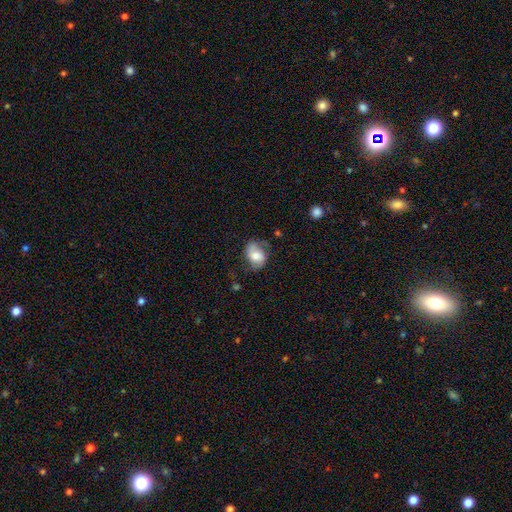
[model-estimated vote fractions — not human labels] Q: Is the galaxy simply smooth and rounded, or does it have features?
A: smooth — 52%.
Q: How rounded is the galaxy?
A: in between — 70%.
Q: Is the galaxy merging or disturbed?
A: none — 56%.